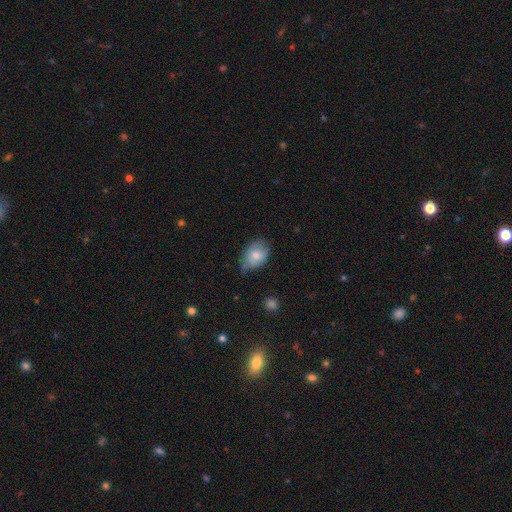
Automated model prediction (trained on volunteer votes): Smooth or featured: smooth — 74% (featured or disk — 18%)
How rounded: in between — 79% (round — 20%)
Merging: none — 44% (minor disturbance — 43%)